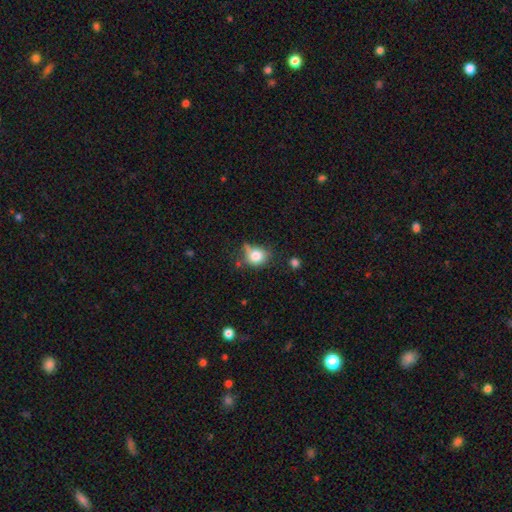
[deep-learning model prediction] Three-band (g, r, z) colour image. It shows a smooth galaxy with no disk features (78%) that is round (64%). Merging: none (48%).